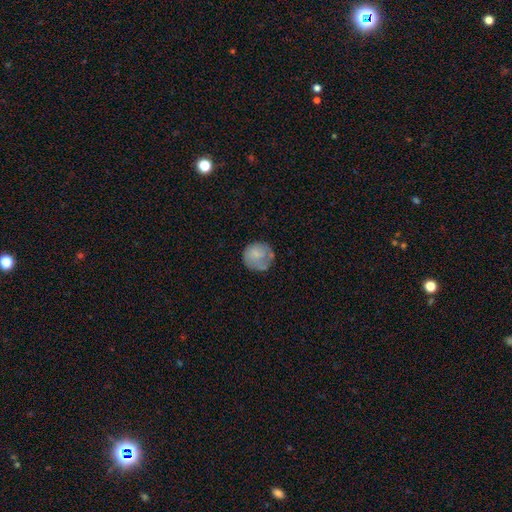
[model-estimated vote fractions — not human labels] smooth-or-featured: smooth: 72% | featured or disk: 20% | star or artifact: 8%
  how-rounded: round: 86% | in between: 13% | cigar-shaped: 1%
  merging: none: 62% | minor disturbance: 25% | major disturbance: 11% | merger: 2%